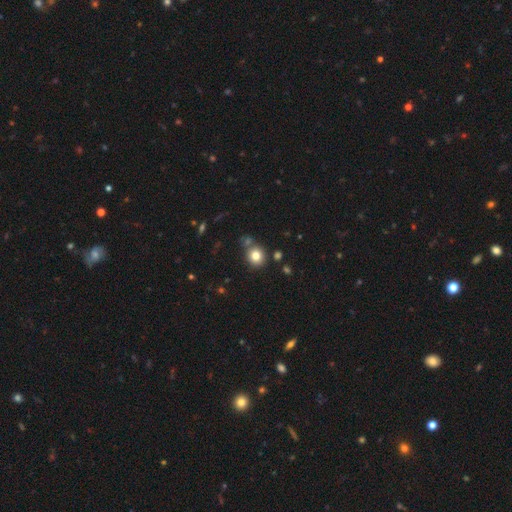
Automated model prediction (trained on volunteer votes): Q: Smooth or featured?
A: smooth (80%); runner-up: star or artifact (12%)
Q: How rounded?
A: round (84%); runner-up: in between (15%)
Q: Merging?
A: none (74%); runner-up: merger (13%)